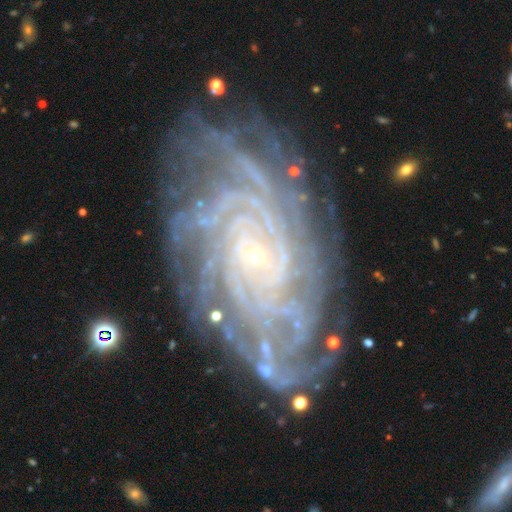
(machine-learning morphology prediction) type=featured or disk (90%); edge-on=no (96%); bar=no (73%); spiral arms=yes (98%); winding=tight (80%); arm count=more than 4 (35%); bulge=small (87%); merging=none (78%).